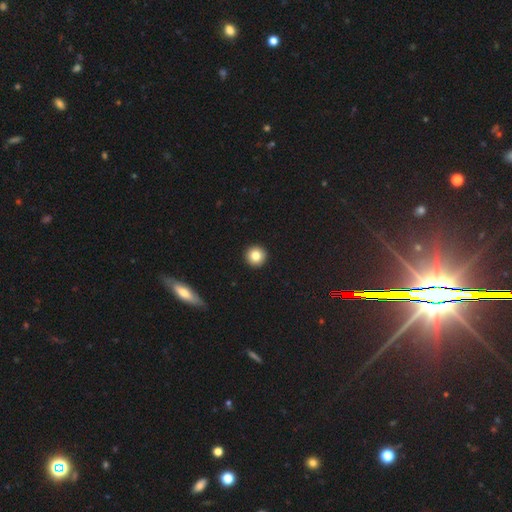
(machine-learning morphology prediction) A smooth galaxy with no disk features (83%) that is round (96%).

Vote fractions:
- Smooth or featured? smooth: 83% / star or artifact: 10% / featured or disk: 7%
- How rounded? round: 96% / in between: 3% / cigar-shaped: 1%
- Merging? none: 94% / minor disturbance: 4% / major disturbance: 1% / merger: 1%